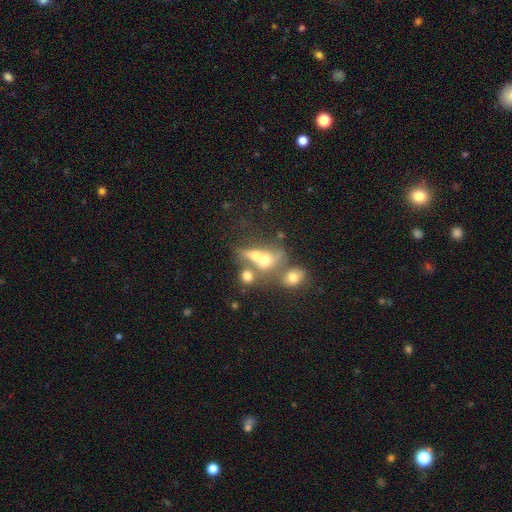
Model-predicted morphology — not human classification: Overall: smooth (55%; featured or disk 28%). How rounded: in between (47%; round 46%). Merging: merger (56%; none 24%).